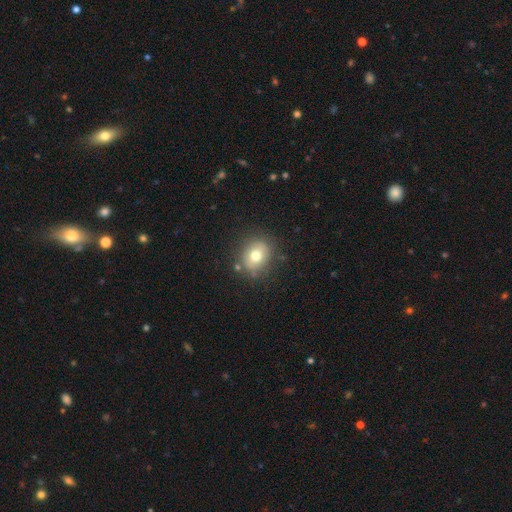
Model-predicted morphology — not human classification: Smooth or featured?
  - smooth: 71% *
  - featured or disk: 18%
  - star or artifact: 11%
How rounded?
  - round: 63% *
  - in between: 36%
  - cigar-shaped: 1%
Merging?
  - none: 81% *
  - minor disturbance: 12%
  - major disturbance: 4%
  - merger: 3%